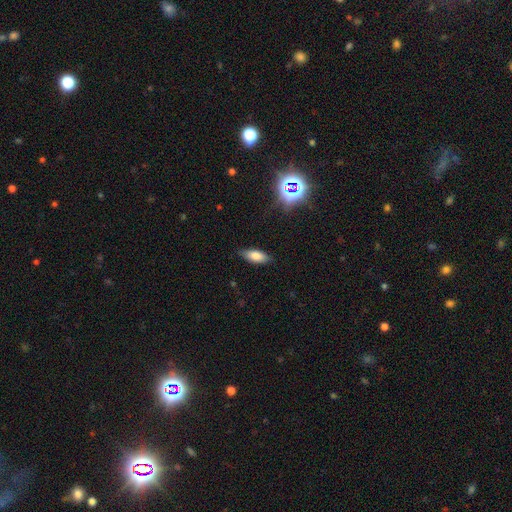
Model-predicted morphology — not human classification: Overall: smooth (79%). How rounded: in between (79%). Merging: none (83%).